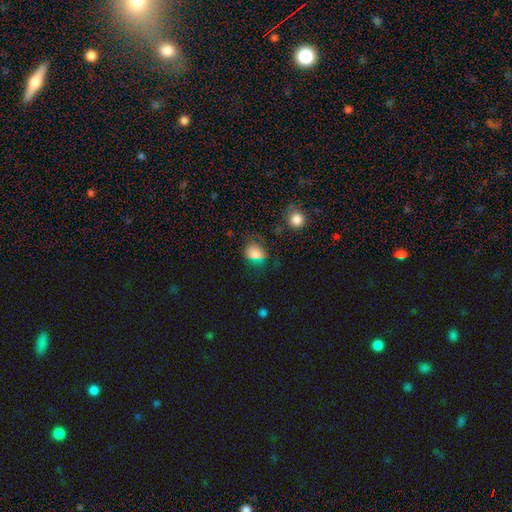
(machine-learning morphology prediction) This appears to be a smooth galaxy with no disk features (77%) that is in between round and cigar-shaped (50%). Merging: none (62%).